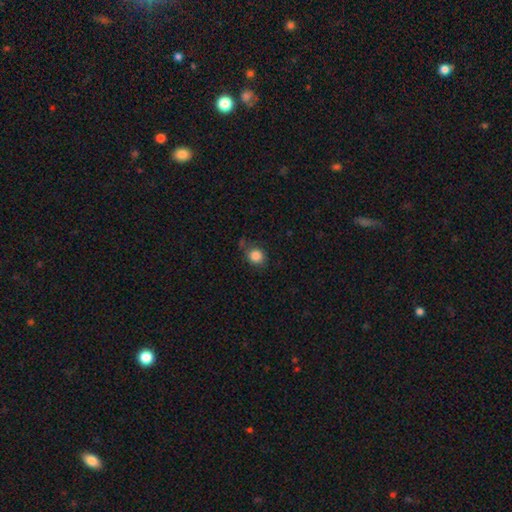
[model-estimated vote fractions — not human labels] This appears to be a smooth galaxy with no disk features (85%) that is round (79%). Merging: none (70%).